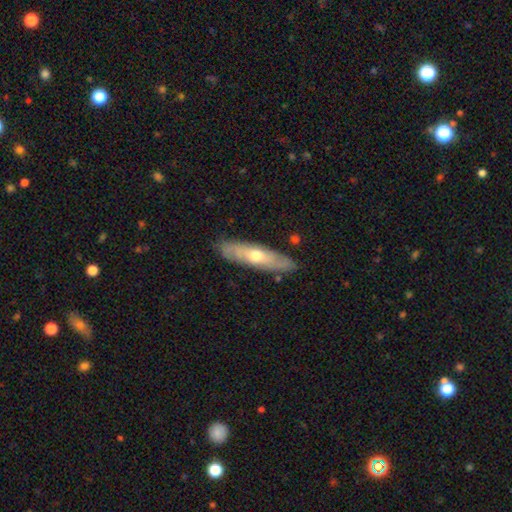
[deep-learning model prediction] Smooth or featured? featured or disk (53%)
Edge-on disk? no (53%)
Merging? none (82%)